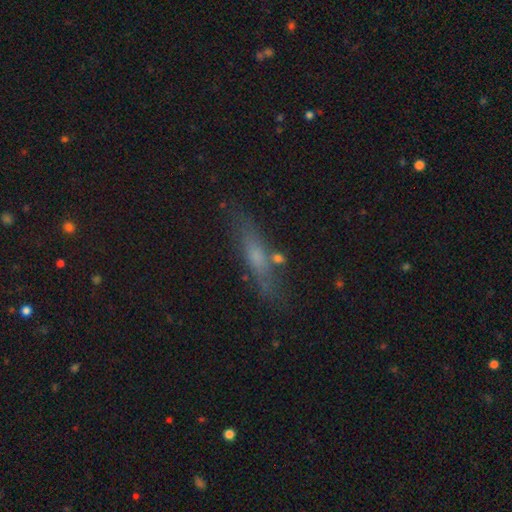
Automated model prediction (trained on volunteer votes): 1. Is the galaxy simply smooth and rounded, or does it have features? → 51% smooth, 39% featured or disk, 11% star or artifact.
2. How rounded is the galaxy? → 78% cigar-shaped, 19% in between, 3% round.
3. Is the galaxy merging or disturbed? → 75% none, 15% minor disturbance, 5% merger, 5% major disturbance.